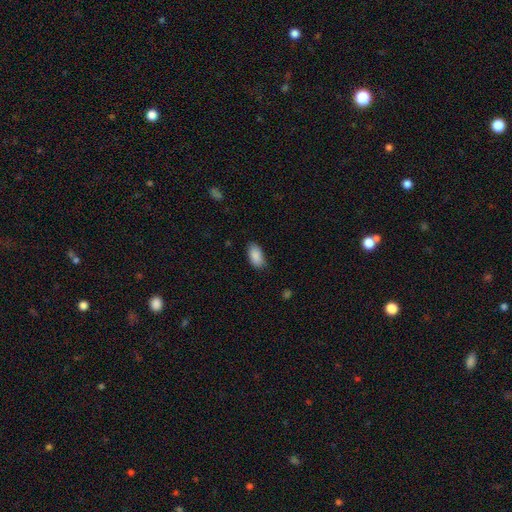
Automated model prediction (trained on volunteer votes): Morphology: type=smooth (89%); roundness=in between (94%); merging=none (81%).